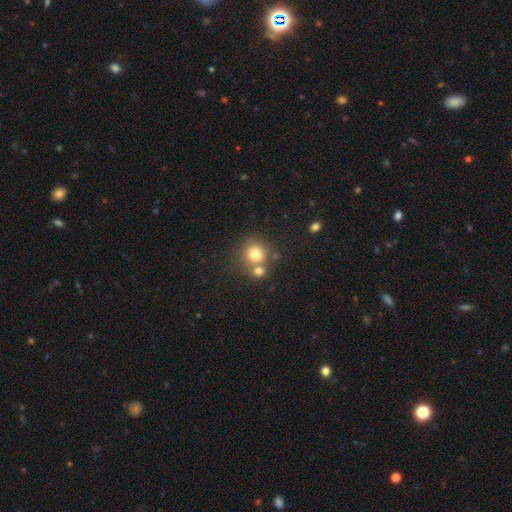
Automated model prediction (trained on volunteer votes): smooth-or-featured: smooth: 70% | star or artifact: 19% | featured or disk: 11%
  how-rounded: round: 89% | in between: 10% | cigar-shaped: 1%
  merging: none: 59% | merger: 30% | minor disturbance: 8% | major disturbance: 3%